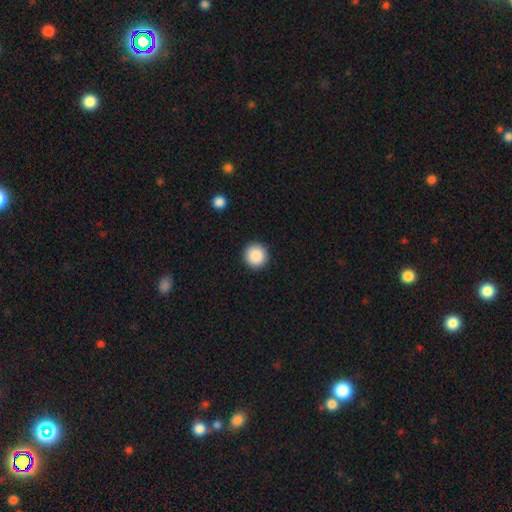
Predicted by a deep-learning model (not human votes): Smooth or featured: smooth — 89% (star or artifact — 8%)
How rounded: round — 96% (in between — 3%)
Merging: none — 93% (minor disturbance — 4%)